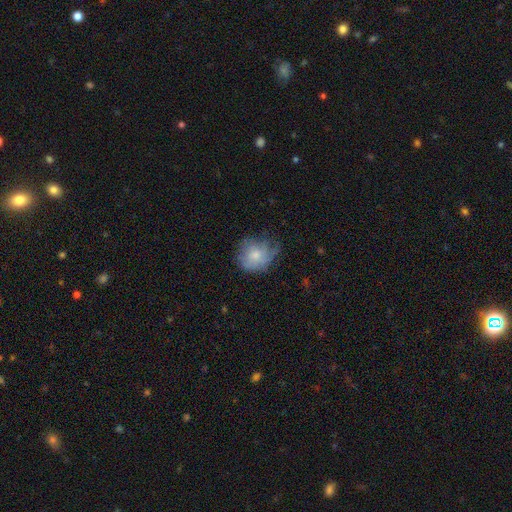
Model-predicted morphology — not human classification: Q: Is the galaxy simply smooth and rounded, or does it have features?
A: smooth — 63%.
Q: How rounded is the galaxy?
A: round — 69%.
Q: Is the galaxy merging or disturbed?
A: none — 46%.